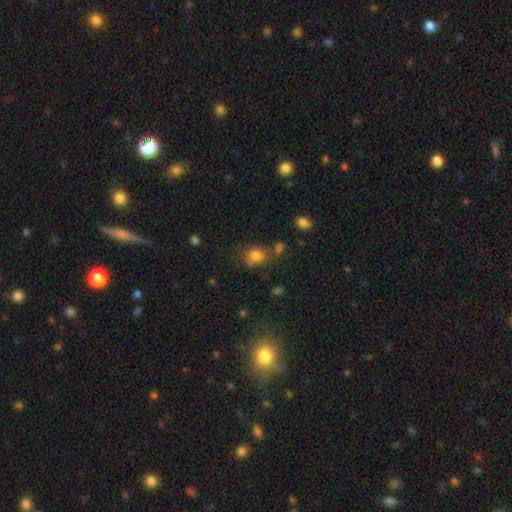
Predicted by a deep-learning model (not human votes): Smooth or featured: smooth — 79% (star or artifact — 13%)
How rounded: round — 60% (in between — 38%)
Merging: none — 63% (minor disturbance — 18%)